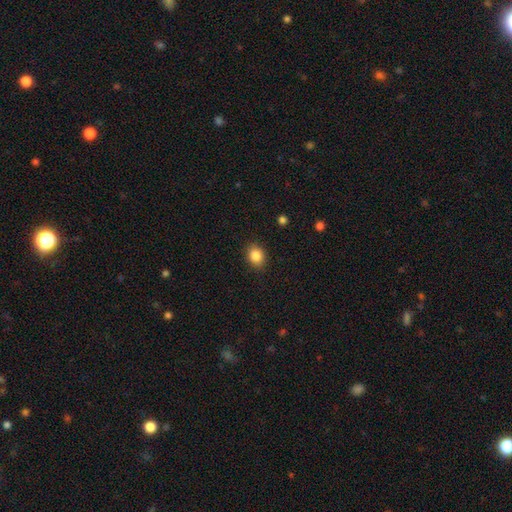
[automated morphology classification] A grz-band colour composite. It shows a smooth galaxy with no disk features (86%) that is round (54%). Merging: none (88%).